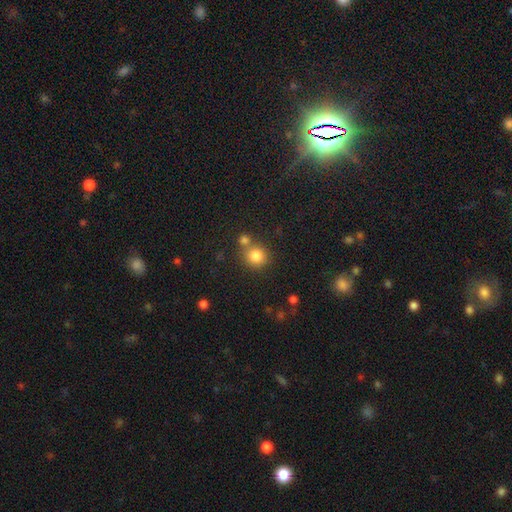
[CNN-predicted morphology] Q: Smooth or featured?
A: smooth (82%); runner-up: star or artifact (12%)
Q: How rounded?
A: round (90%); runner-up: in between (9%)
Q: Merging?
A: none (63%); runner-up: merger (26%)